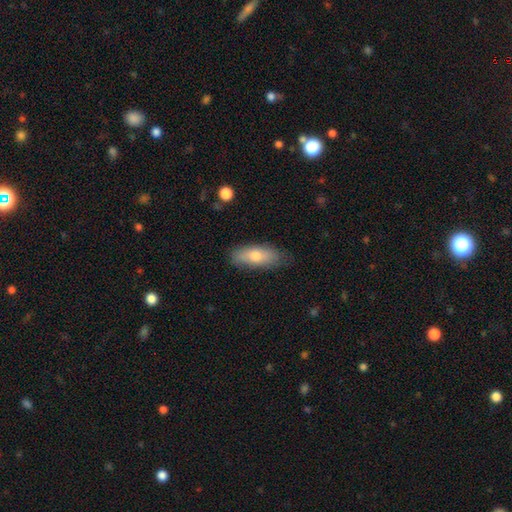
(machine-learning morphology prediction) Smooth or featured?
  - smooth: 66% *
  - featured or disk: 26%
  - star or artifact: 8%
How rounded?
  - in between: 62% *
  - cigar-shaped: 36%
  - round: 3%
Merging?
  - none: 82% *
  - minor disturbance: 14%
  - major disturbance: 2%
  - merger: 1%